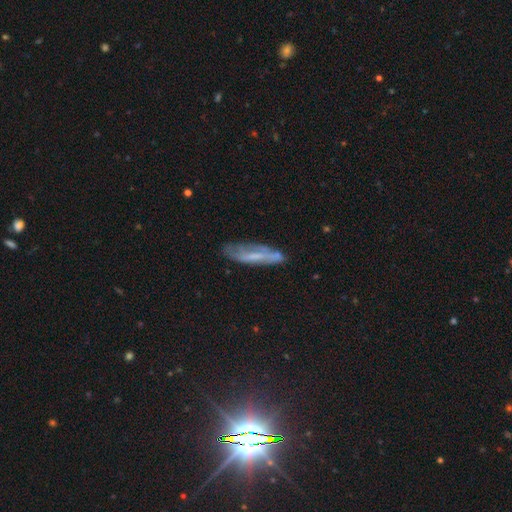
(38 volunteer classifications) Smooth or featured?
  - smooth: 61% *
  - featured or disk: 32%
  - star or artifact: 8%
How rounded?
  - cigar-shaped: 61% *
  - in between: 39%
  - round: 0%
Merging?
  - none: 66% *
  - minor disturbance: 23%
  - major disturbance: 9%
  - merger: 3%